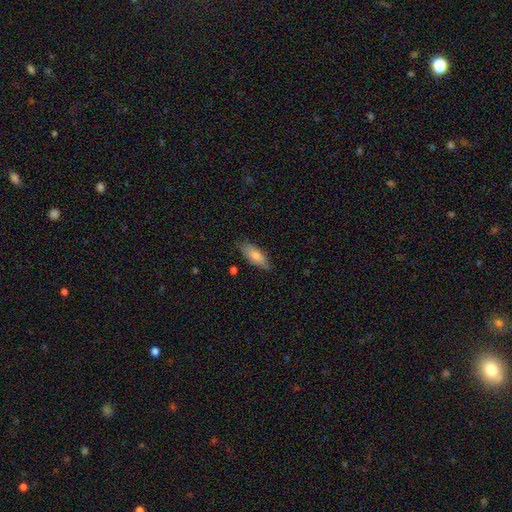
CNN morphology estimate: type=smooth (80%); roundness=in between (73%); merging=none (79%).